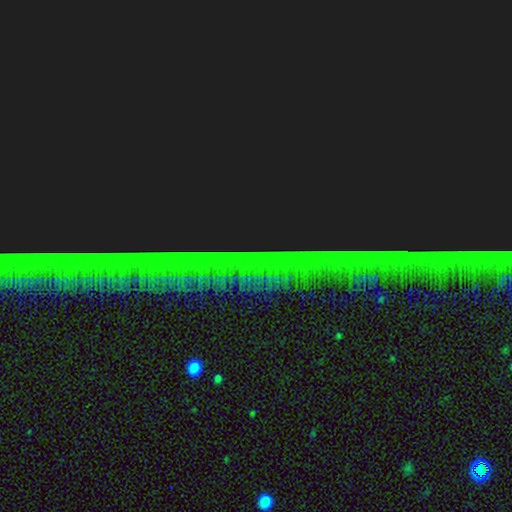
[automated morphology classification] Smooth or featured: star or artifact — 87% (featured or disk — 7%)